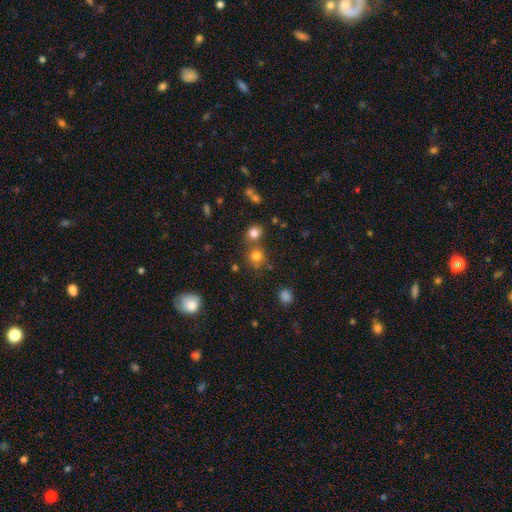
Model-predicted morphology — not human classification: Smooth or featured? Predicted: smooth (p=0.78). How rounded? Predicted: round (p=0.88). Merging? Predicted: none (p=0.66).